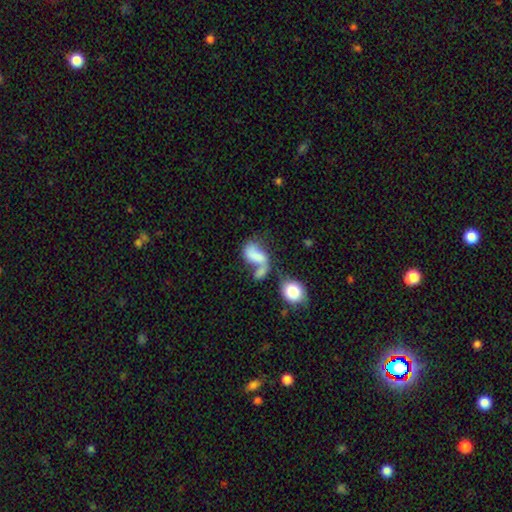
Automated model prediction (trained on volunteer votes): Morphology: type=smooth (53%); roundness=in between (85%); merging=merger (53%).